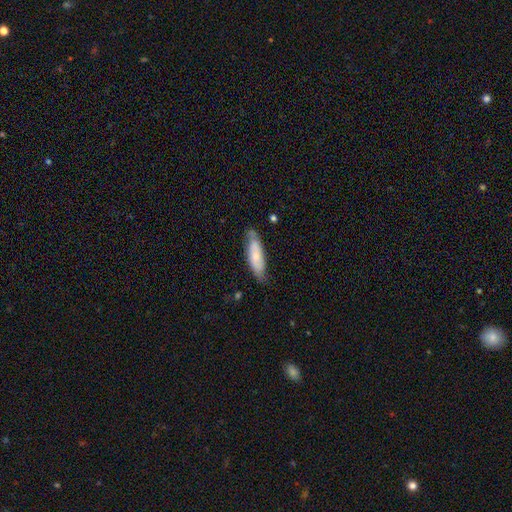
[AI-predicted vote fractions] A smooth galaxy with no disk features (57%) that is cigar-shaped (52%).

Vote fractions:
- Smooth or featured? smooth: 57% / featured or disk: 37% / star or artifact: 6%
- How rounded? cigar-shaped: 52% / in between: 47% / round: 2%
- Merging? none: 70% / minor disturbance: 23% / major disturbance: 4% / merger: 3%